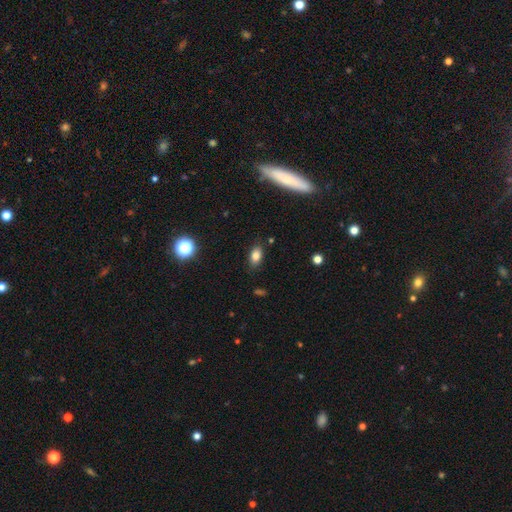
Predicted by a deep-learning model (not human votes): Smooth or featured: smooth — 80% (star or artifact — 11%)
How rounded: in between — 87% (round — 10%)
Merging: none — 85% (minor disturbance — 11%)